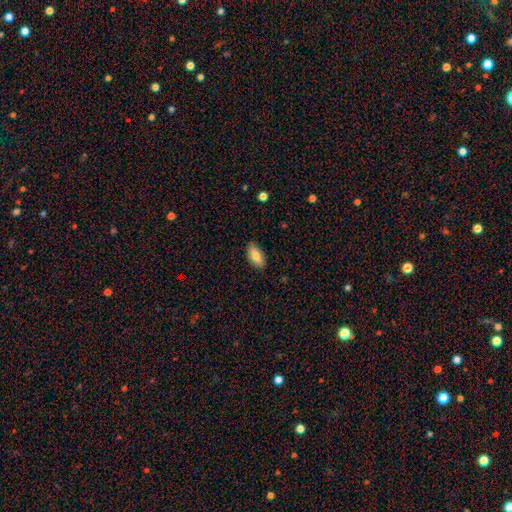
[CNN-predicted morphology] A smooth galaxy with no disk features (82%) that is in between round and cigar-shaped (90%).

Vote fractions:
- Smooth or featured? smooth: 82% / featured or disk: 11% / star or artifact: 7%
- How rounded? in between: 90% / cigar-shaped: 8% / round: 3%
- Merging? none: 87% / minor disturbance: 10% / major disturbance: 2% / merger: 1%